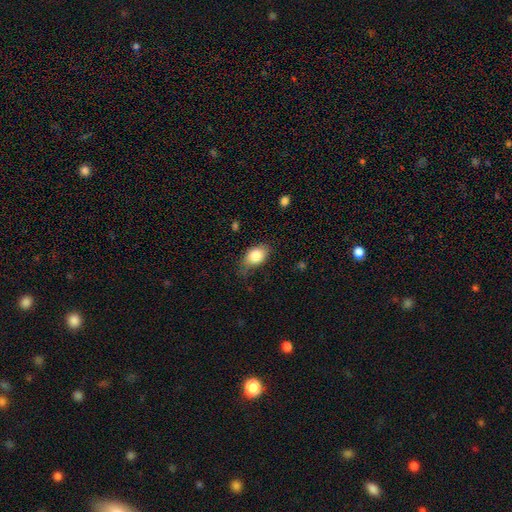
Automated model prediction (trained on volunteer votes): smooth 83%, featured or disk 10%, star or artifact 7%. Down the decision tree: how rounded — in between (84%); merging — none (64%).